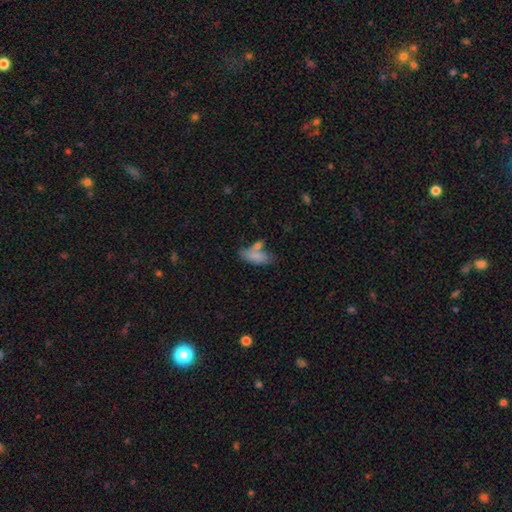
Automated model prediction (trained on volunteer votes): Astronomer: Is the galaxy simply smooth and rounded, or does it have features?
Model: smooth — 82%.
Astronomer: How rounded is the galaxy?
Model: in between — 79%.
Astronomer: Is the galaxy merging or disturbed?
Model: none — 49% (runner-up: merger, 26%).